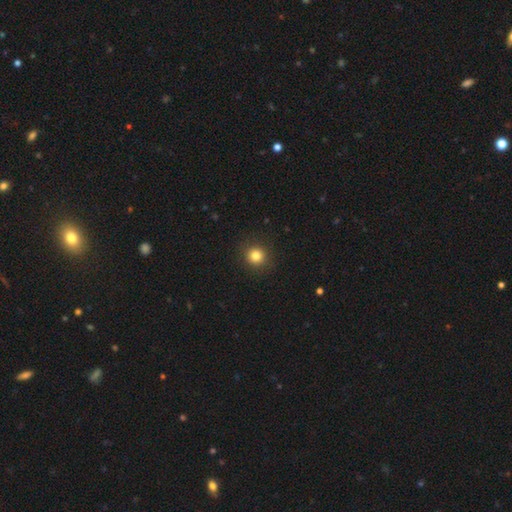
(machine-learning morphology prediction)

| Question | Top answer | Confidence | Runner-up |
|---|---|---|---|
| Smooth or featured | smooth | 83% | star or artifact (12%) |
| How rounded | round | 90% | in between (9%) |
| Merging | none | 90% | minor disturbance (6%) |